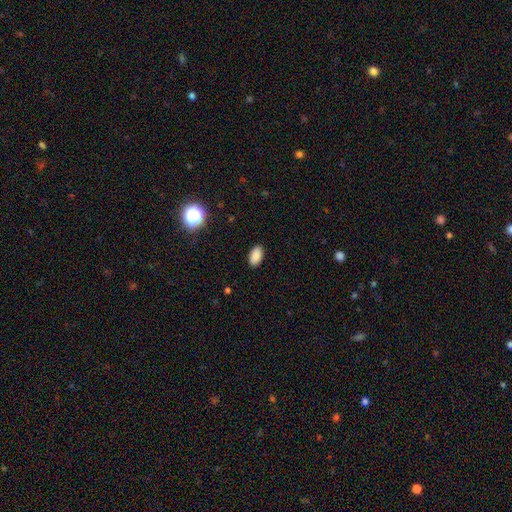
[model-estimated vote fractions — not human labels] Overall: smooth (87%). How rounded: in between (94%). Merging: none (89%).